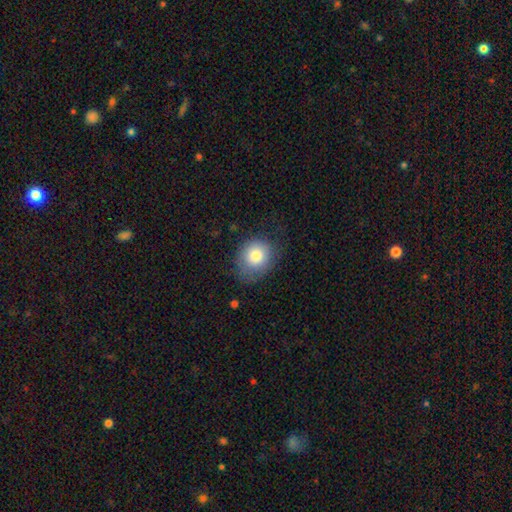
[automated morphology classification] This appears to be a smooth galaxy with no disk features (82%) that is round (67%). Merging: none (68%).